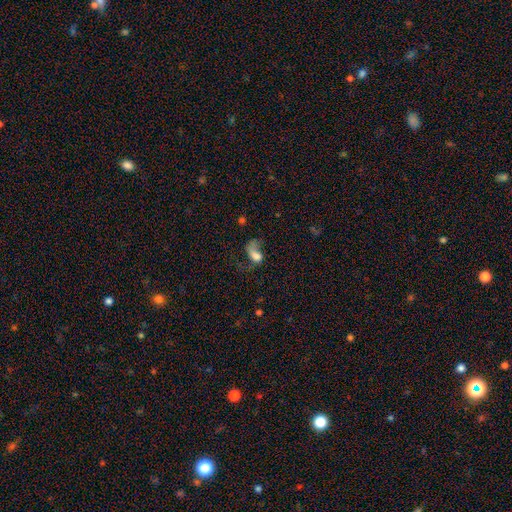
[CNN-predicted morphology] The model was most divided on "smooth or featured": smooth: 50%, featured or disk: 36%, star or artifact: 14%. More confident: merging — major disturbance (52%).